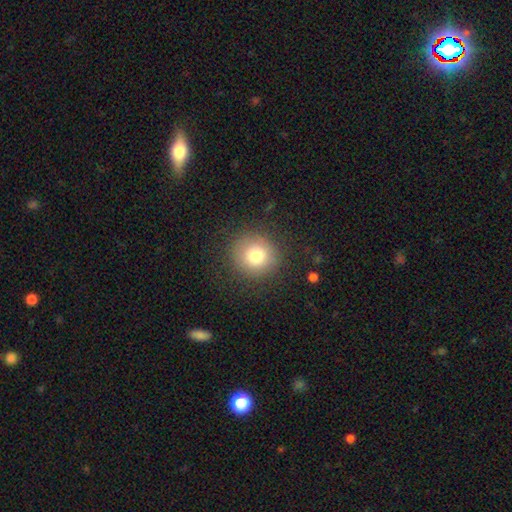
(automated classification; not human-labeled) smooth 77%, star or artifact 12%, featured or disk 11%. Down the decision tree: how rounded — round (93%); merging — none (87%).